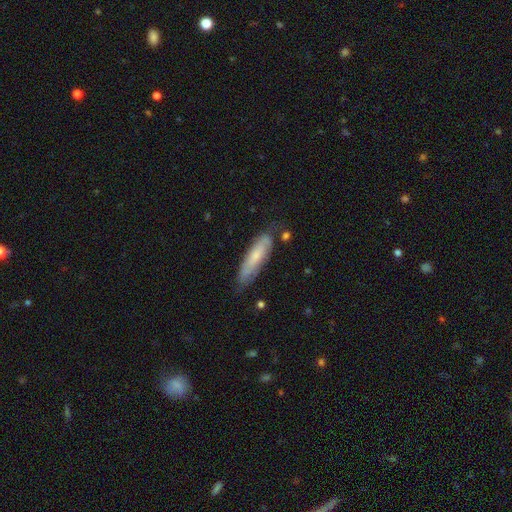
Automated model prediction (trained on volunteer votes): smooth 55%, featured or disk 39%, star or artifact 7%. Down the decision tree: how rounded — cigar-shaped (65%); merging — none (66%).